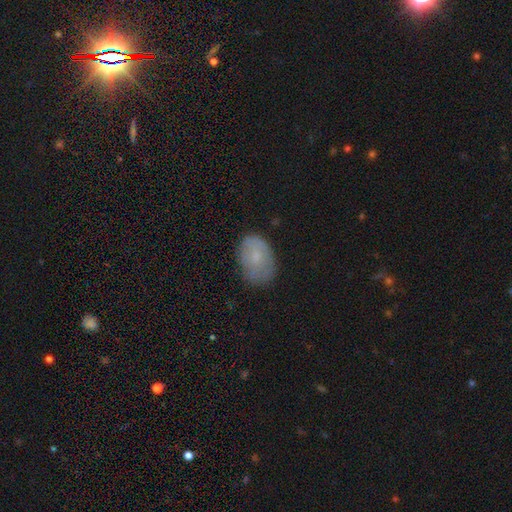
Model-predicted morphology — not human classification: A smooth galaxy with no disk features (68%) that is in between round and cigar-shaped (83%). Merging: none (71%).